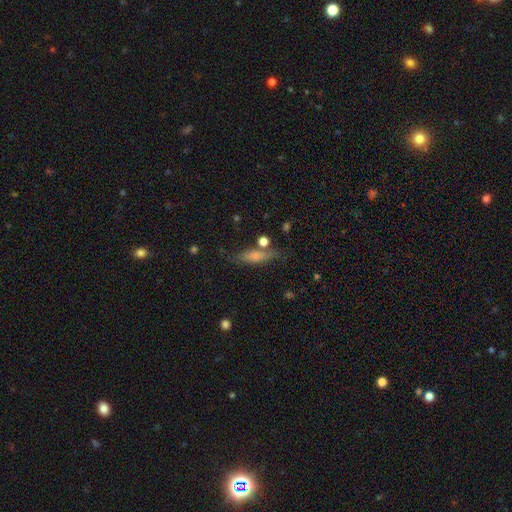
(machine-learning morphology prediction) Smooth or featured? smooth (65%)
How rounded? cigar-shaped (61%)
Merging? none (70%)